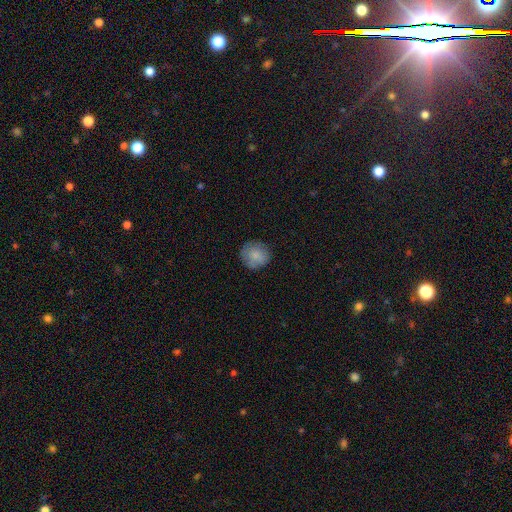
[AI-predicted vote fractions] smooth-or-featured: smooth: 82% | featured or disk: 11% | star or artifact: 8%
  how-rounded: round: 89% | in between: 10% | cigar-shaped: 1%
  merging: none: 81% | minor disturbance: 14% | major disturbance: 4% | merger: 1%